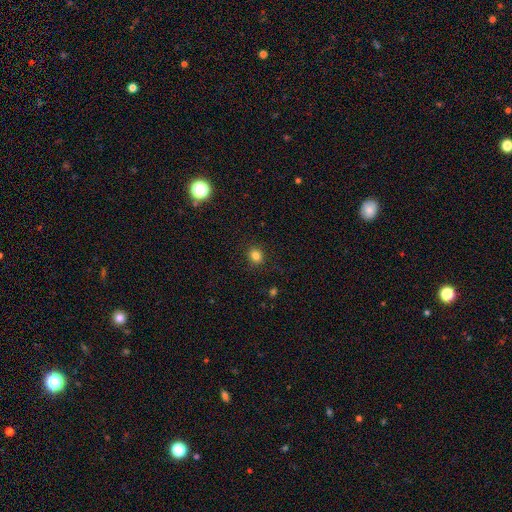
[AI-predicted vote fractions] smooth-or-featured: smooth: 82% | star or artifact: 13% | featured or disk: 5%
  how-rounded: round: 77% | in between: 22% | cigar-shaped: 1%
  merging: none: 88% | minor disturbance: 8% | major disturbance: 3% | merger: 1%